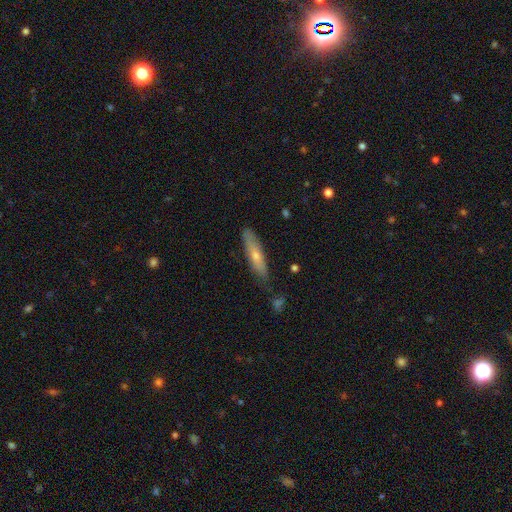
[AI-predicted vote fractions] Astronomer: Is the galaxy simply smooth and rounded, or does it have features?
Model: smooth — 54% (runner-up: featured or disk, 39%).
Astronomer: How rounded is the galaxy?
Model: cigar-shaped — 82%.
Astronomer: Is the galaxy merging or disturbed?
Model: none — 77%.